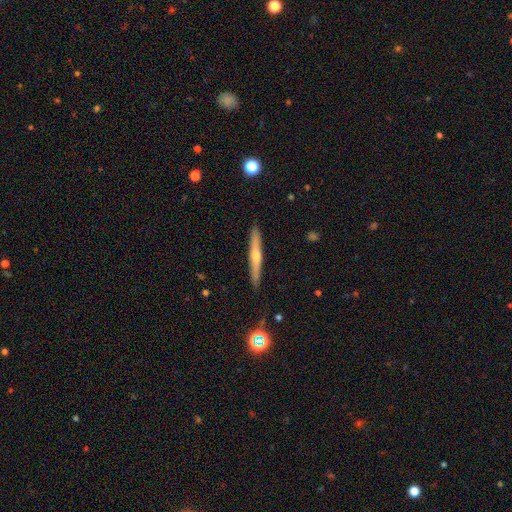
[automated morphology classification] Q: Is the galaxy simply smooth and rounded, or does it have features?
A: featured or disk — 56%.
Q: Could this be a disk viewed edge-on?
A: yes — 96%.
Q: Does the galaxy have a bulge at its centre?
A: rounded — 78%.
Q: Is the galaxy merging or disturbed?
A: none — 89%.